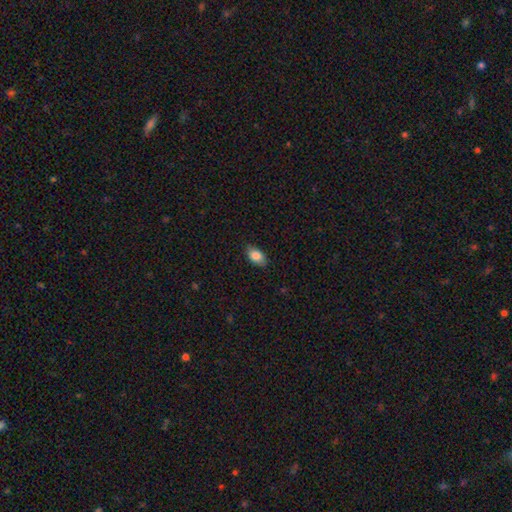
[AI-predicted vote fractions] Smooth or featured?
  - smooth: 83% *
  - featured or disk: 10%
  - star or artifact: 7%
How rounded?
  - in between: 90% *
  - round: 7%
  - cigar-shaped: 3%
Merging?
  - none: 81% *
  - minor disturbance: 15%
  - major disturbance: 3%
  - merger: 1%